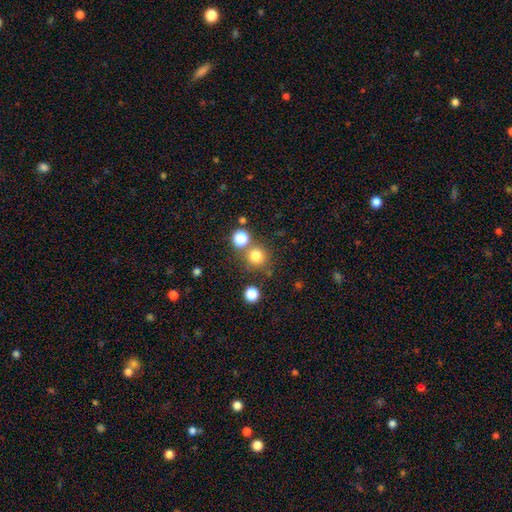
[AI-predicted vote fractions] This appears to be a smooth galaxy with no disk features (78%) that is round (93%). Merging: none (73%).